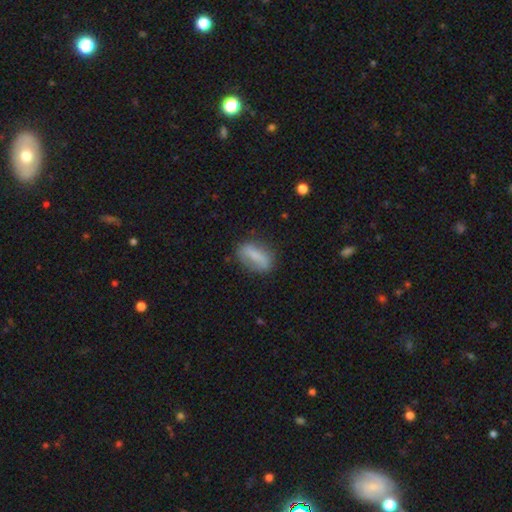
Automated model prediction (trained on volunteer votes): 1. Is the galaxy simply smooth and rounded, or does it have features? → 71% smooth, 21% featured or disk, 8% star or artifact.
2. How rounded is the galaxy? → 78% in between, 15% cigar-shaped, 7% round.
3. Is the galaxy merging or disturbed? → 71% none, 20% minor disturbance, 7% major disturbance, 2% merger.